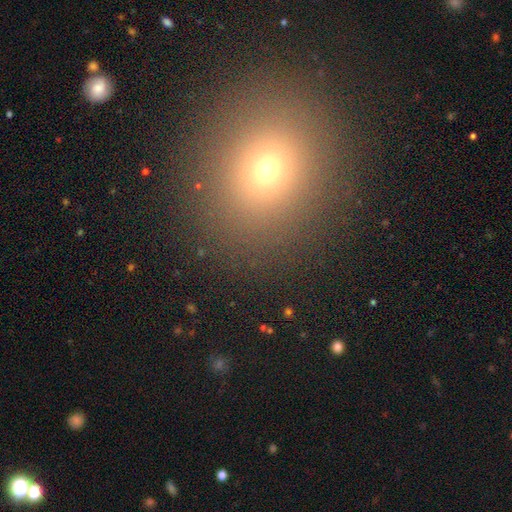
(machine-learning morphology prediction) Smooth or featured? smooth (63%)
How rounded? round (79%)
Merging? none (88%)